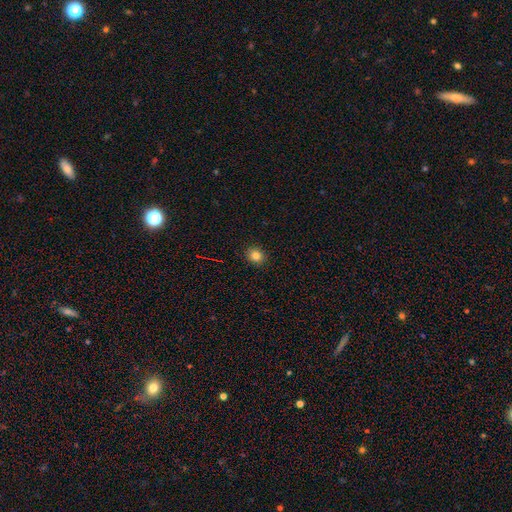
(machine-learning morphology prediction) type=smooth (82%); roundness=round (73%); merging=none (91%).